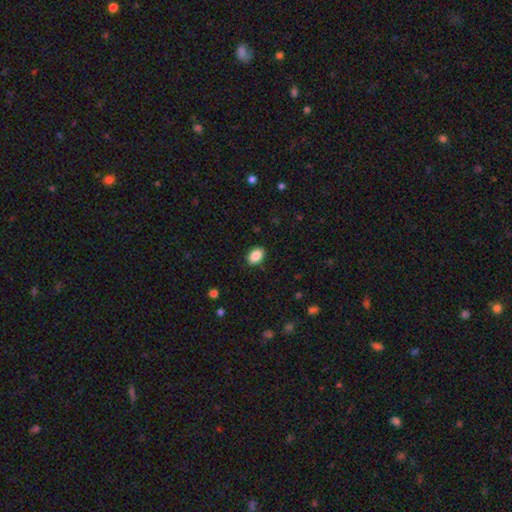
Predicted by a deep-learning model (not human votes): This appears to be a smooth galaxy with no disk features (88%) that is in between round and cigar-shaped (83%). Merging: none (89%).